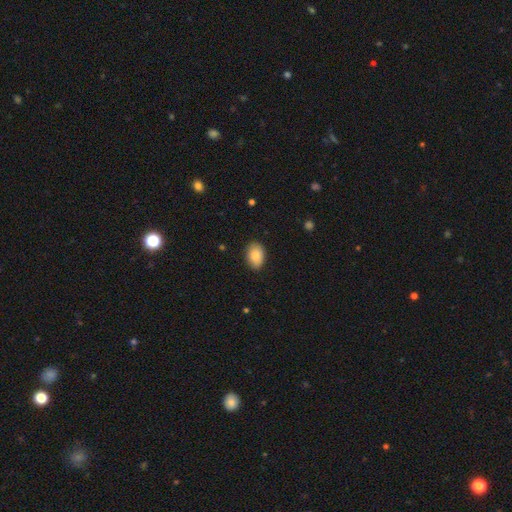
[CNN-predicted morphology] This is clearly a smooth galaxy (87%). How rounded: clearly in between (85%). Merging: clearly none (85%).